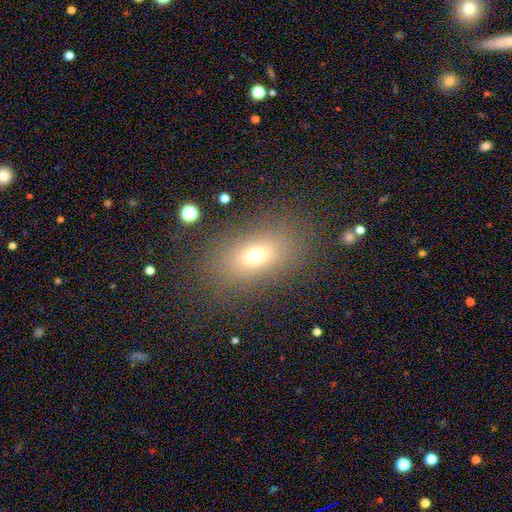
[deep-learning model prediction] A smooth galaxy with no disk features (66%) that is in between round and cigar-shaped (77%).

Vote fractions:
- Smooth or featured? smooth: 66% / star or artifact: 18% / featured or disk: 16%
- How rounded? in between: 77% / round: 20% / cigar-shaped: 3%
- Merging? none: 81% / minor disturbance: 10% / major disturbance: 7% / merger: 2%